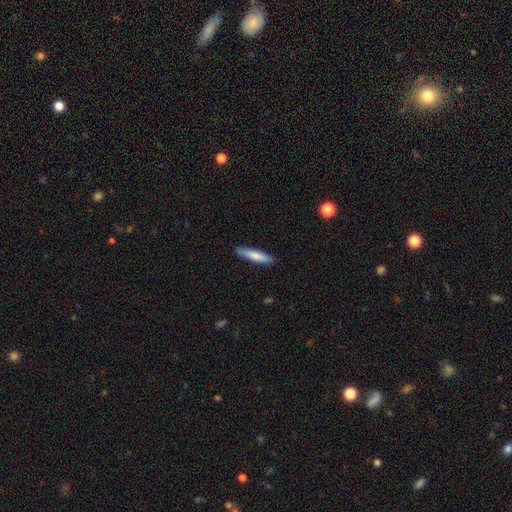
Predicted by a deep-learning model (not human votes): Q: Smooth or featured?
A: smooth (75%); runner-up: featured or disk (20%)
Q: How rounded?
A: cigar-shaped (86%); runner-up: in between (13%)
Q: Merging?
A: none (86%); runner-up: minor disturbance (11%)